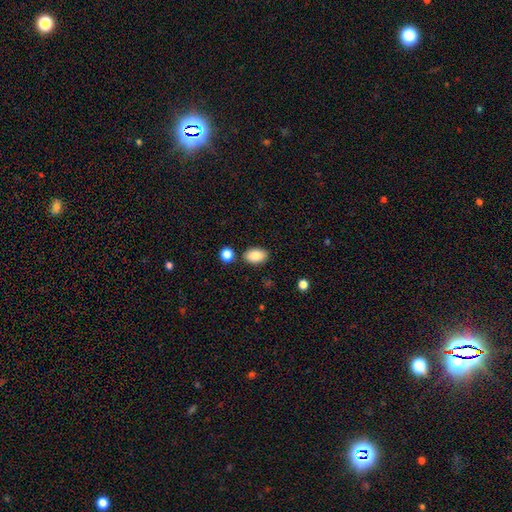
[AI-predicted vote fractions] smooth_or_featured: smooth (p=0.87) [alt: star or artifact p=0.07]
how_rounded: in between (p=0.91) [alt: round p=0.08]
merging: none (p=0.84) [alt: minor disturbance p=0.09]